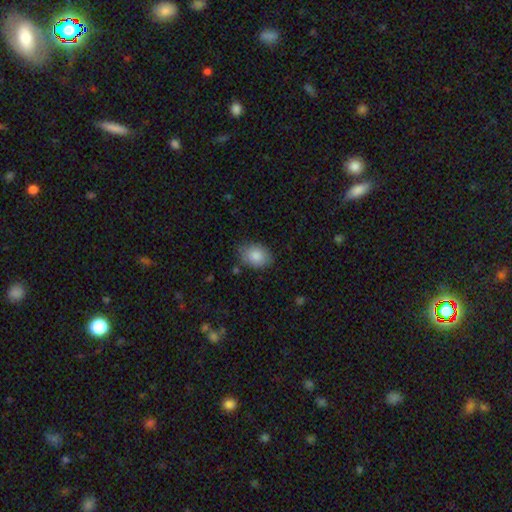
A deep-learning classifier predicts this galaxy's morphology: Overall: smooth (86%). How rounded: in between (69%; round 30%). Merging: none (80%).